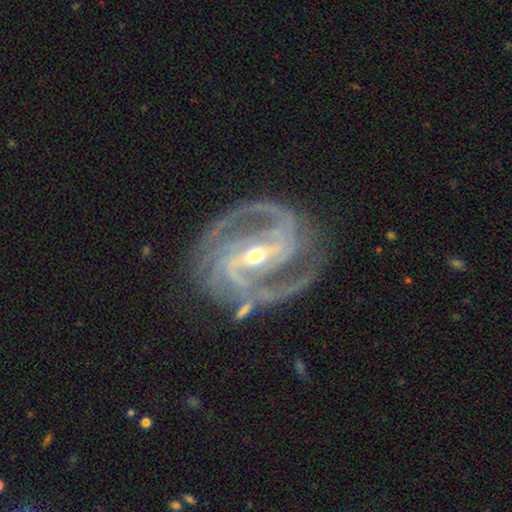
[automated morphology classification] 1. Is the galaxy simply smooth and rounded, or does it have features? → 93% featured or disk, 4% star or artifact, 2% smooth.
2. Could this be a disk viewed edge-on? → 97% no, 3% yes.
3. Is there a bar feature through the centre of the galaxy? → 62% strong, 29% weak, 9% no.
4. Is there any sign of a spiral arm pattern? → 99% yes, 1% no.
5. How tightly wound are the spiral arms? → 52% tight, 42% medium, 5% loose.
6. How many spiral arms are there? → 54% 2, 27% 3, 6% 4, 6% can't tell, 4% more than 4, 4% 1.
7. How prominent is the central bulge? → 50% small, 47% moderate, 2% large, 1% none, 1% dominant.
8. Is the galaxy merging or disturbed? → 75% none, 16% minor disturbance, 6% major disturbance, 3% merger.